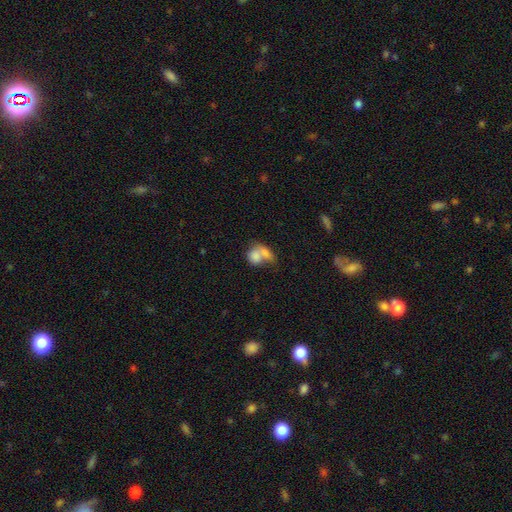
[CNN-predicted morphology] type=smooth (77%); roundness=in between (60%); merging=merger (69%).